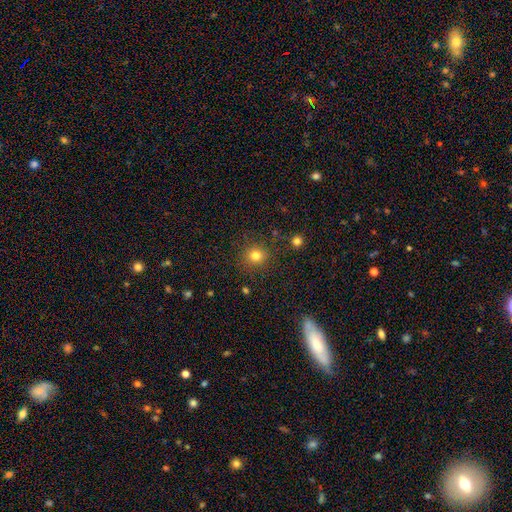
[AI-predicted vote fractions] Overall: smooth (80%). How rounded: round (91%). Merging: none (87%).